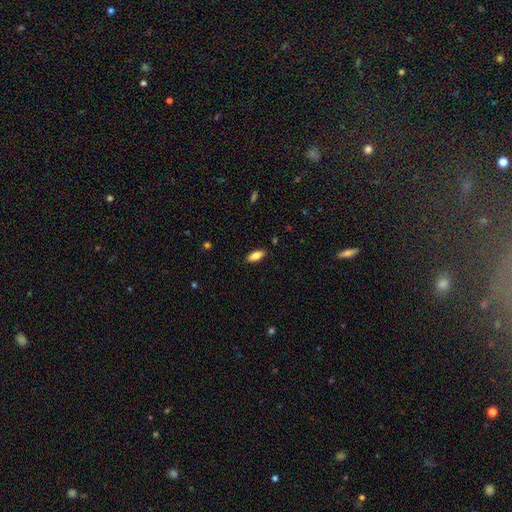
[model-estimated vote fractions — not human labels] This appears to be a smooth galaxy with no disk features (78%) that is in between round and cigar-shaped (81%). Merging: none (88%).